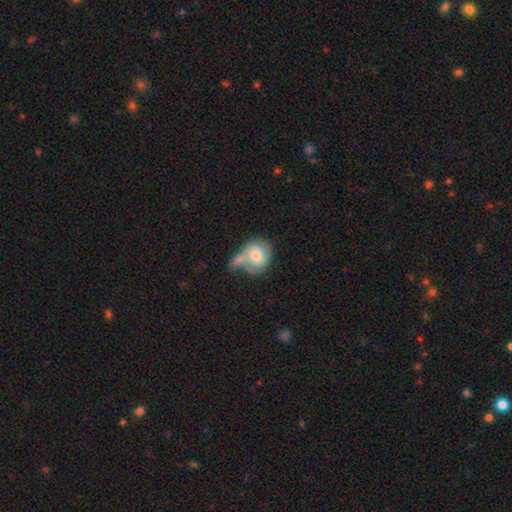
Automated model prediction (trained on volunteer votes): Q: Smooth or featured?
A: smooth (59%); runner-up: featured or disk (34%)
Q: How rounded?
A: round (69%); runner-up: in between (30%)
Q: Merging?
A: merger (44%); runner-up: none (24%)